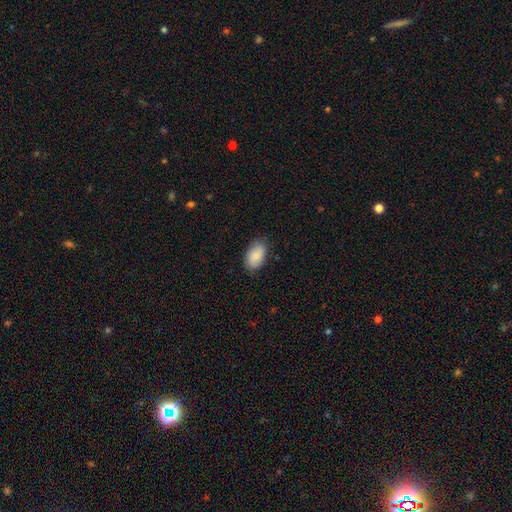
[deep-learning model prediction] This appears to be a smooth galaxy with no disk features (86%) that is in between round and cigar-shaped (94%). Merging: none (84%).